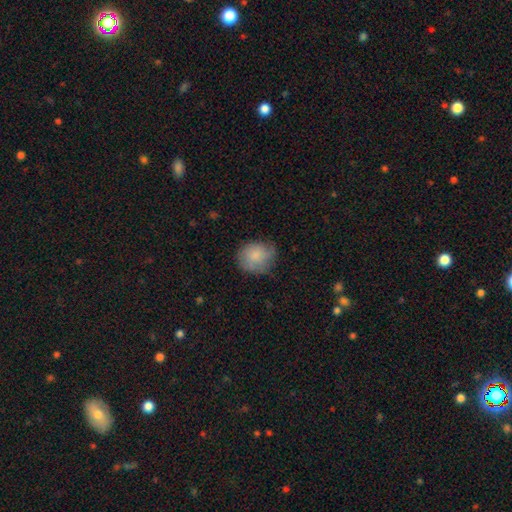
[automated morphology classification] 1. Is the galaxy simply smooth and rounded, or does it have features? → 80% smooth, 13% featured or disk, 7% star or artifact.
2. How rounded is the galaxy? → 75% round, 24% in between, 1% cigar-shaped.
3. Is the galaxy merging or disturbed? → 62% none, 29% minor disturbance, 8% major disturbance, 1% merger.